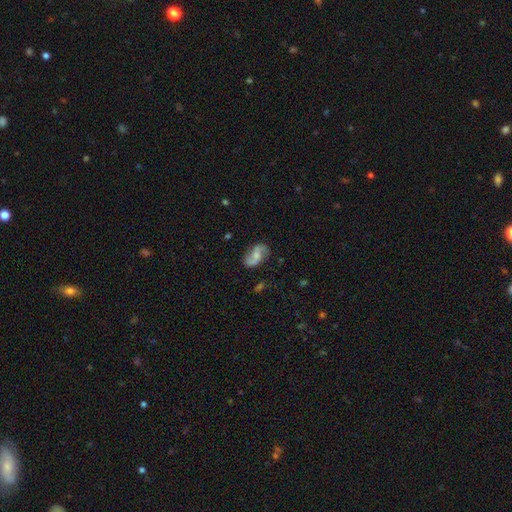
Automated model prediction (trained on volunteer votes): This appears to be a featured or disk galaxy (76%) with no bar (51%), 2 (92%) loose (54%) spiral arms (95%) and a moderate central bulge (44%). Merging: none (78%).